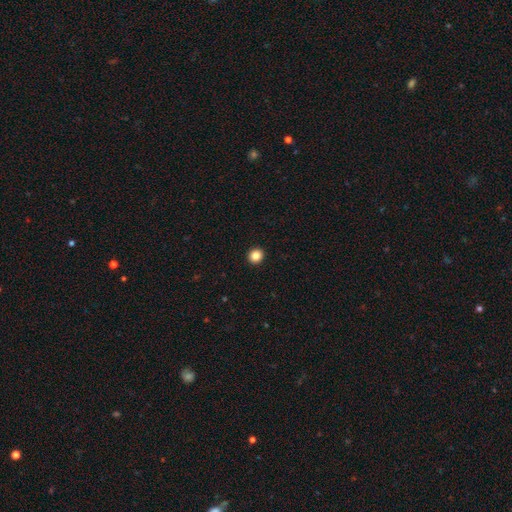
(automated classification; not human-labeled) smooth-or-featured: smooth: 85% | star or artifact: 11% | featured or disk: 4%
  how-rounded: round: 92% | in between: 8% | cigar-shaped: 1%
  merging: none: 94% | minor disturbance: 4% | major disturbance: 1% | merger: 1%